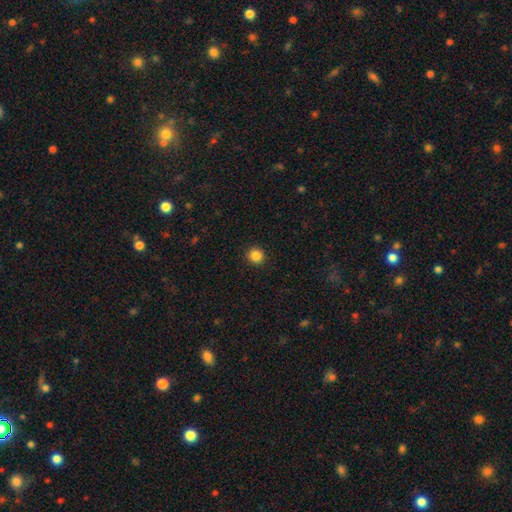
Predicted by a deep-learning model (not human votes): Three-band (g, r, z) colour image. It shows a smooth galaxy with no disk features (85%) that is round (93%). Merging: none (92%).